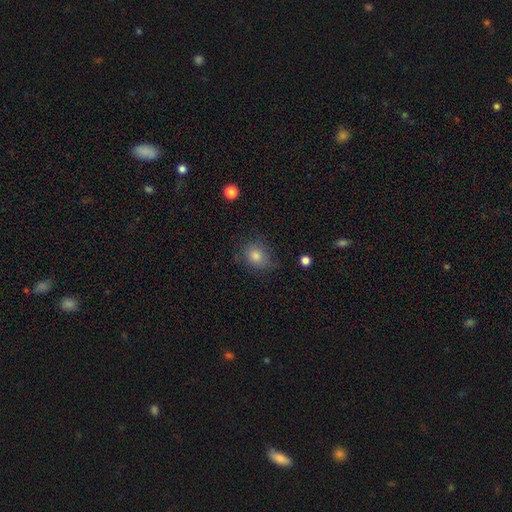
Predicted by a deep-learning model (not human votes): smooth 80%, star or artifact 12%, featured or disk 8%. Down the decision tree: how rounded — round (65%); merging — none (75%).